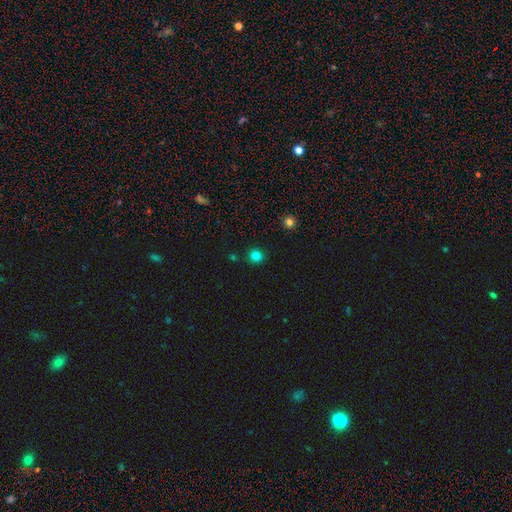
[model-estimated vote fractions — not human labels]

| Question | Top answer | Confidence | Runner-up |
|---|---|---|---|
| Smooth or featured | smooth | 82% | star or artifact (15%) |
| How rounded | round | 89% | in between (10%) |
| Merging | none | 88% | minor disturbance (7%) |